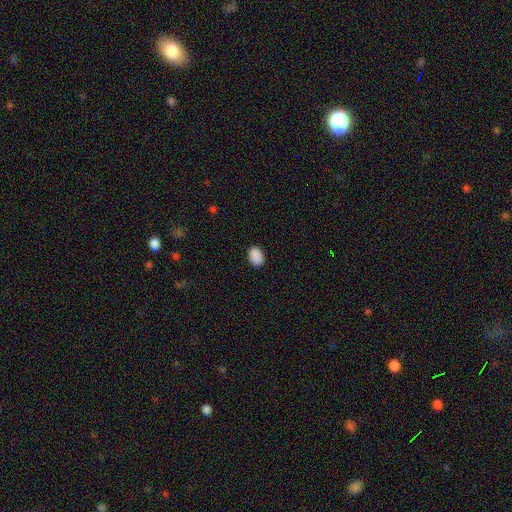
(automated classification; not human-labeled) Smooth or featured? smooth (89%)
How rounded? in between (84%)
Merging? none (87%)